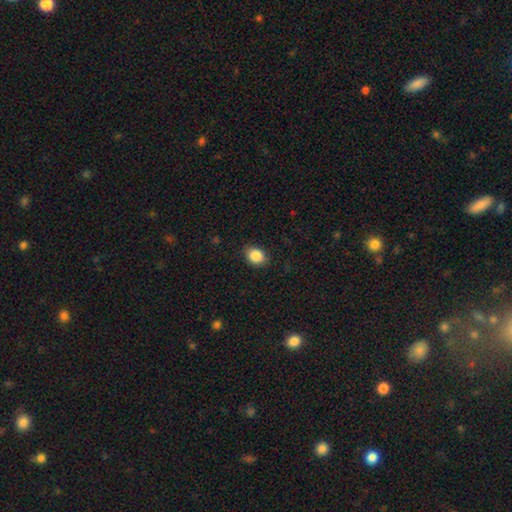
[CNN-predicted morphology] smooth-or-featured: smooth: 87% | star or artifact: 9% | featured or disk: 4%
  how-rounded: in between: 54% | round: 45% | cigar-shaped: 1%
  merging: none: 86% | minor disturbance: 10% | major disturbance: 2% | merger: 1%